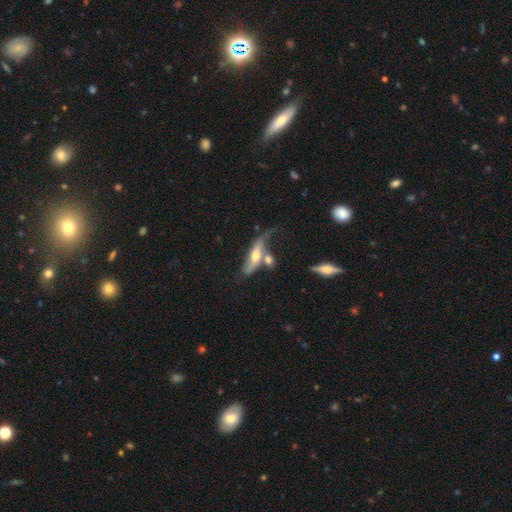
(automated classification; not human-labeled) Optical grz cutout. It shows a featured or disk galaxy (50%). Merging: merger (40%).